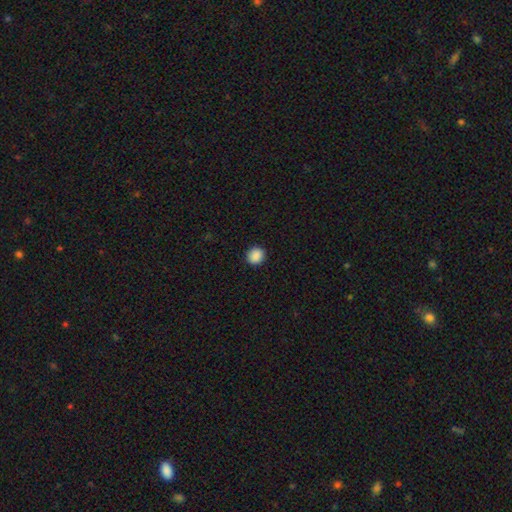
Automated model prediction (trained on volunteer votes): This appears to be a smooth galaxy with no disk features (89%) that is round (84%). Merging: none (91%).